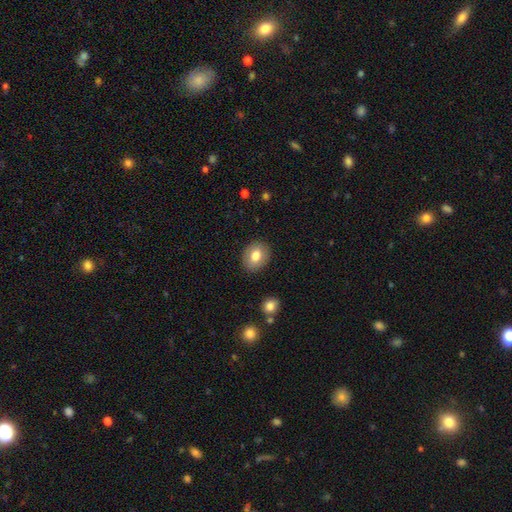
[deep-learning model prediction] smooth_or_featured: smooth (p=0.78) [alt: featured or disk p=0.14]
how_rounded: in between (p=0.53) [alt: round p=0.46]
merging: none (p=0.88) [alt: minor disturbance p=0.09]